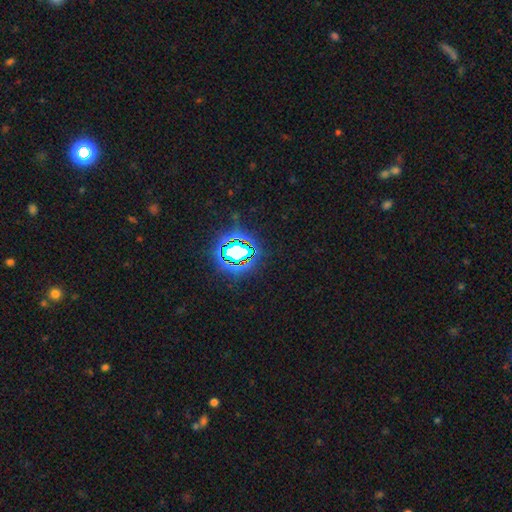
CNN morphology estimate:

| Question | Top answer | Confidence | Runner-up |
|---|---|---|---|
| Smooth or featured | star or artifact | 82% | smooth (10%) |